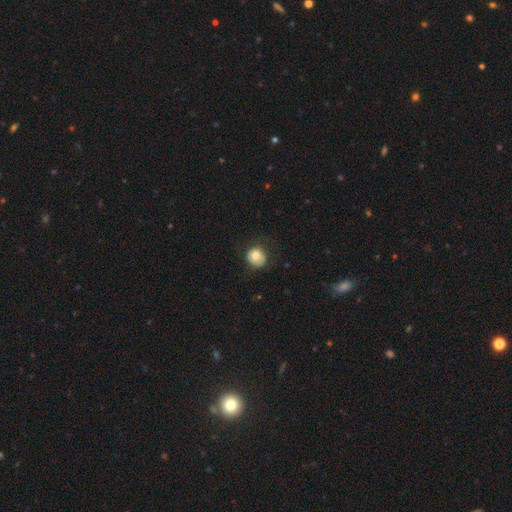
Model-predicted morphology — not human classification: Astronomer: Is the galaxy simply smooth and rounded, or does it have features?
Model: smooth — 79%.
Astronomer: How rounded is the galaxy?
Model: round — 83%.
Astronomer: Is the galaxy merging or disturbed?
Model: none — 69%.